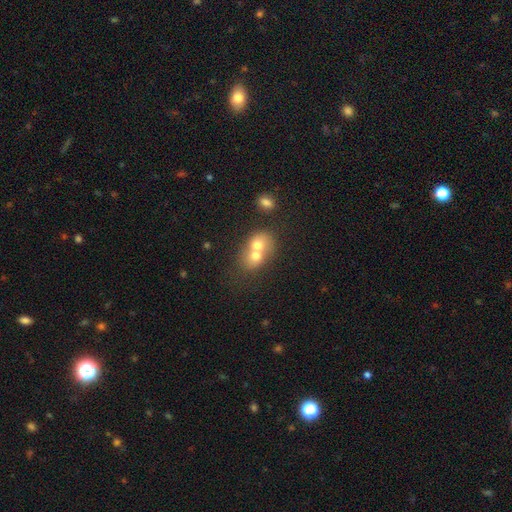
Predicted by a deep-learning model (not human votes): A smooth galaxy with no disk features (65%) that is round (56%). Merging: merger (76%).